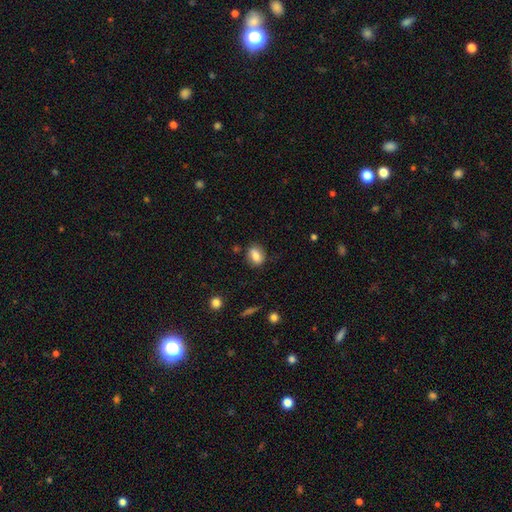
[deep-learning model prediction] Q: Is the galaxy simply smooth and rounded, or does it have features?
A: smooth — 77%.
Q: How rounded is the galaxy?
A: in between — 66%.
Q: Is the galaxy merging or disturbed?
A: none — 77%.